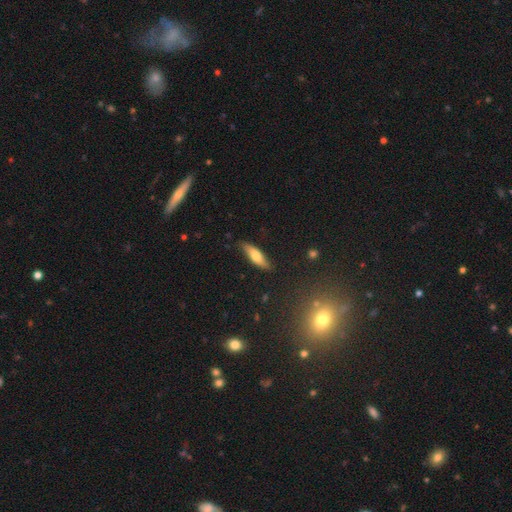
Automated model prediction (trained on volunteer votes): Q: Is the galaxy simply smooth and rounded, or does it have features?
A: smooth — 65%.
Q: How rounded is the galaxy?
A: cigar-shaped — 61%.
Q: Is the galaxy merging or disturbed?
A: none — 82%.